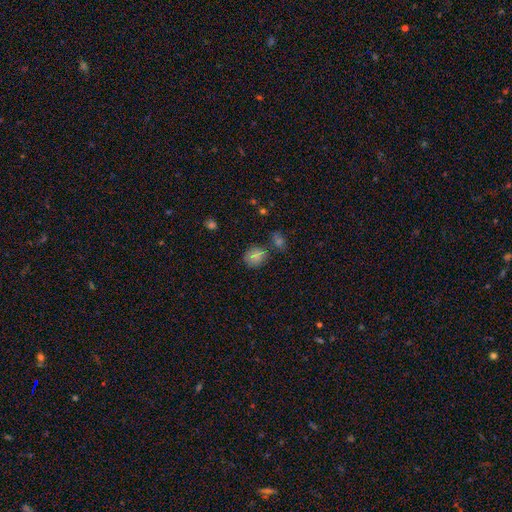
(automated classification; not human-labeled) smooth_or_featured: smooth (p=0.80) [alt: star or artifact p=0.12]
how_rounded: round (p=0.62) [alt: in between p=0.37]
merging: none (p=0.66) [alt: minor disturbance p=0.18]